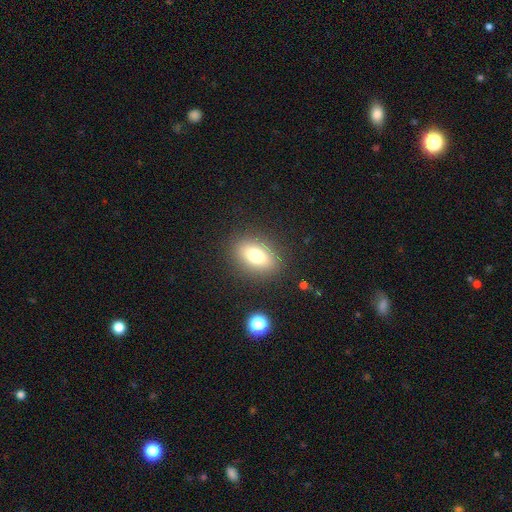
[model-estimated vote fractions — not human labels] This appears to be a smooth galaxy with no disk features (74%) that is in between round and cigar-shaped (78%). Merging: none (86%).